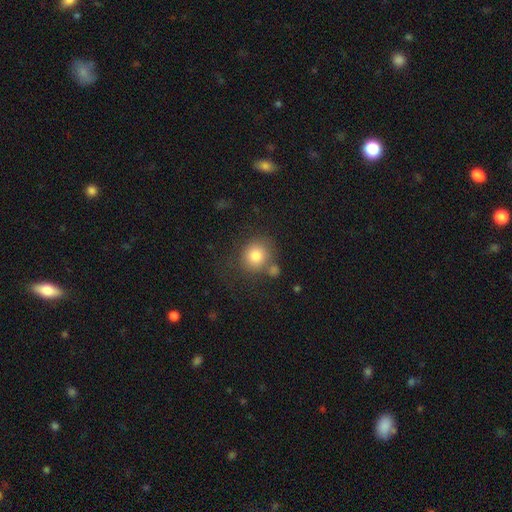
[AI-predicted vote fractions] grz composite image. It shows a smooth galaxy with no disk features (80%) that is round (83%). Merging: none (64%).